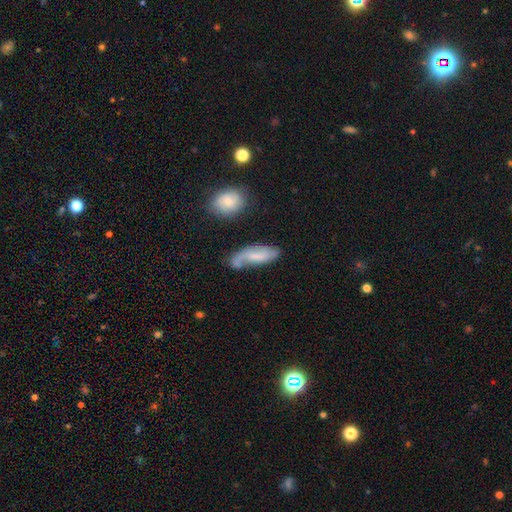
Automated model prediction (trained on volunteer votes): featured or disk 48%, smooth 44%, star or artifact 8%. Down the decision tree: merging — none (48%).